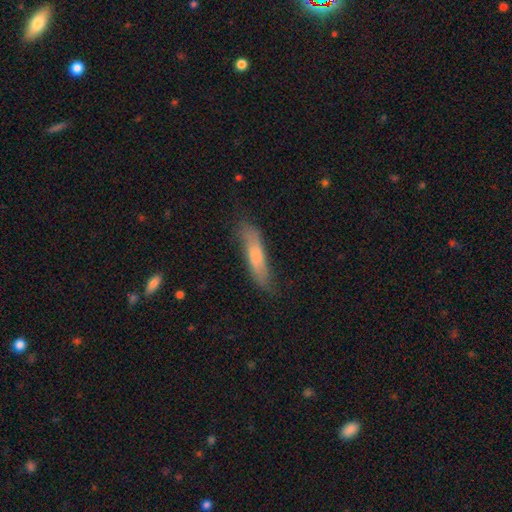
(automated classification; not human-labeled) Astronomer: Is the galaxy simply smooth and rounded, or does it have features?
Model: smooth — 69%.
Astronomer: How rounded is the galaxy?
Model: cigar-shaped — 78%.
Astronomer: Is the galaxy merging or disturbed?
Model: none — 68%.